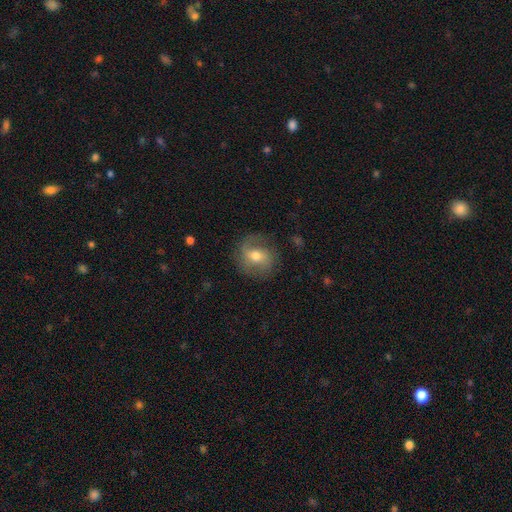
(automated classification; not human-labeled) Smooth or featured? featured or disk (56%)
Edge-on disk? no (96%)
Bar? weak (44%)
Spiral arms? yes (79%)
Bulge size? moderate (71%)
Merging? none (74%)